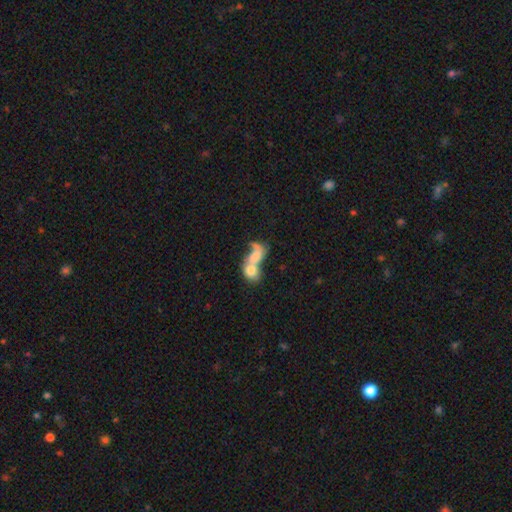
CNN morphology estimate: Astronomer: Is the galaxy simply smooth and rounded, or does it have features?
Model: smooth — 64%.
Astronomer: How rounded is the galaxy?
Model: in between — 71%.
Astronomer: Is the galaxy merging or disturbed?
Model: merger — 81%.